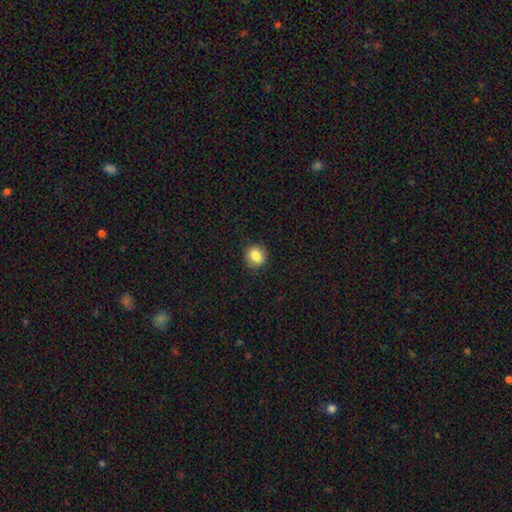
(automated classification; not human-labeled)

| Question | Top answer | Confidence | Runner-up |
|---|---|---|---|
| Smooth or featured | smooth | 84% | star or artifact (10%) |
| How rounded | round | 75% | in between (24%) |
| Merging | none | 90% | minor disturbance (7%) |